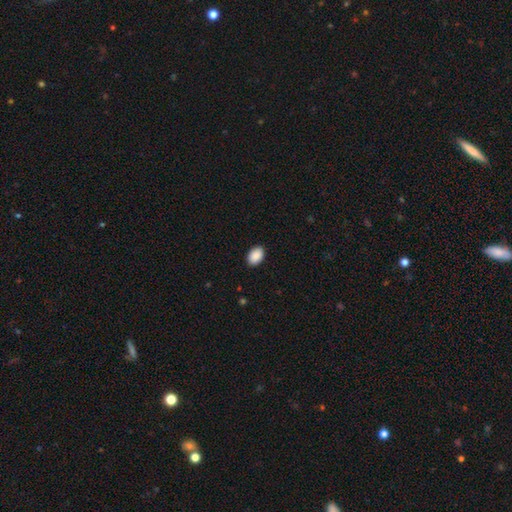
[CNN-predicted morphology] The model was most divided on "how rounded": in between: 89%, round: 10%, cigar-shaped: 1%. More confident: smooth or featured — smooth (91%); merging — none (89%).